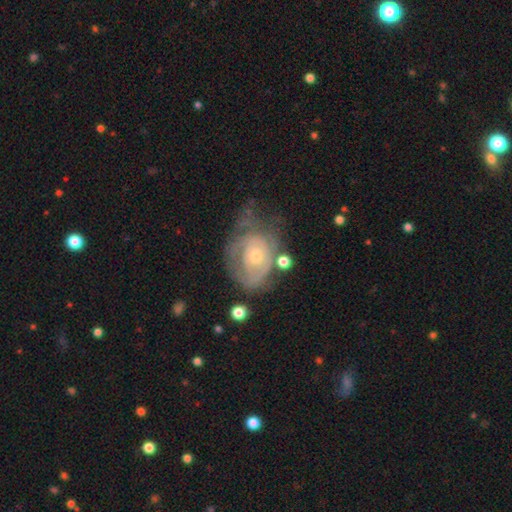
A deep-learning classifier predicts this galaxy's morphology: type=featured or disk (73%); edge-on=no (97%); bar=no (80%); spiral arms=yes (72%); winding=tight (66%); arm count=can't tell (54%); bulge=small (51%); merging=none (42%).